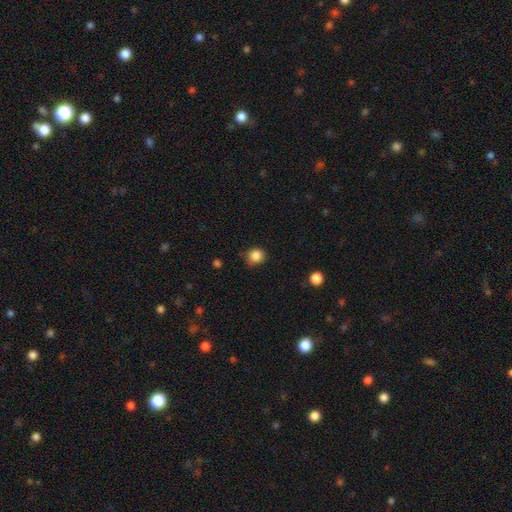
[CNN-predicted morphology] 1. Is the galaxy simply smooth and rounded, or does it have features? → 85% smooth, 11% star or artifact, 4% featured or disk.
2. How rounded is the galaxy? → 85% round, 14% in between, 1% cigar-shaped.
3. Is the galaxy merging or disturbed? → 82% none, 14% minor disturbance, 3% major disturbance, 1% merger.